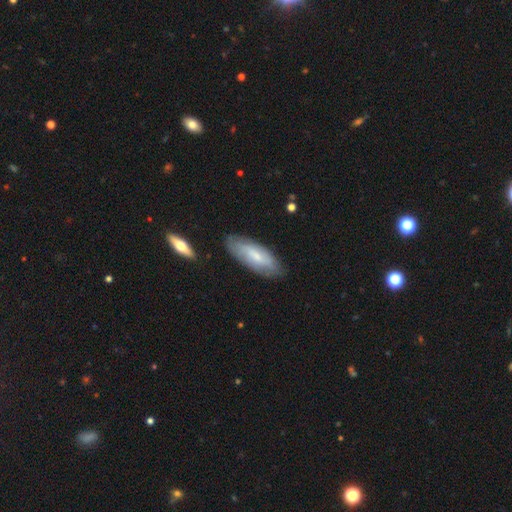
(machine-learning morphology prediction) smooth 53%, featured or disk 40%, star or artifact 6%. Down the decision tree: how rounded — in between (74%); merging — none (78%).